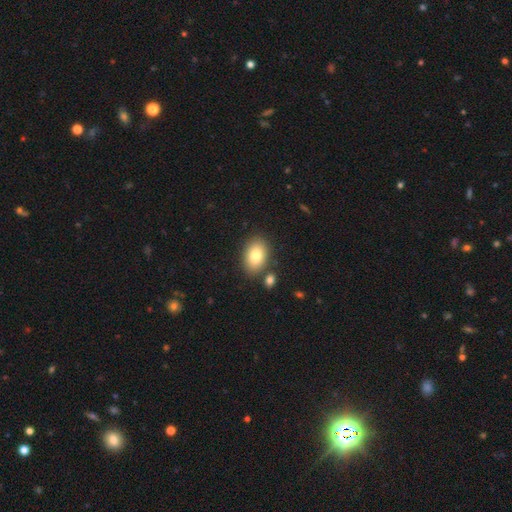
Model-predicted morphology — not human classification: Smooth or featured? smooth (81%)
How rounded? in between (85%)
Merging? none (80%)